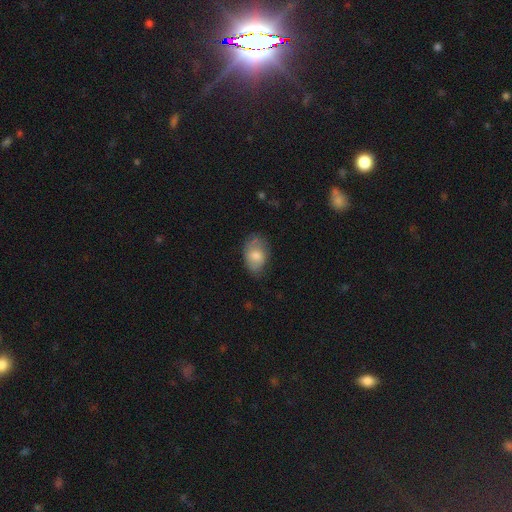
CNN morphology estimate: smooth 71%, featured or disk 22%, star or artifact 7%. Down the decision tree: how rounded — in between (85%); merging — none (64%).